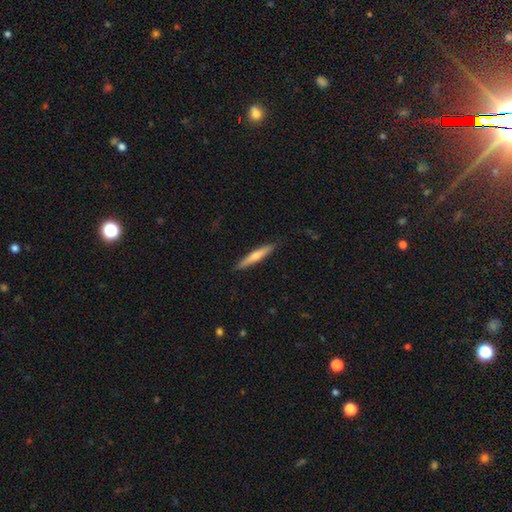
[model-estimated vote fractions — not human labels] A smooth galaxy with no disk features (49%). Merging: none (90%).